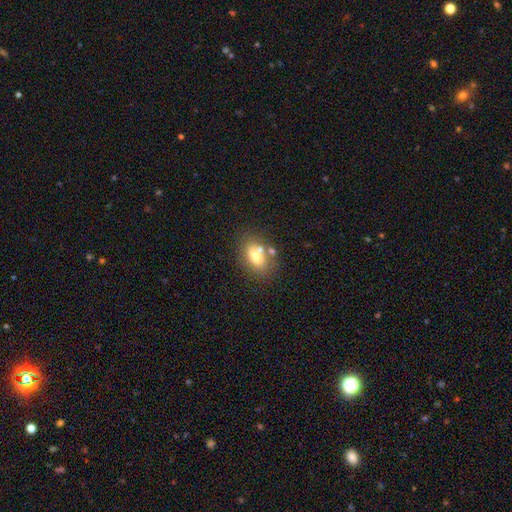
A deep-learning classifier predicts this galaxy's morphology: The model was most divided on "merging": none: 64%, merger: 17%, minor disturbance: 14%, major disturbance: 5%. More confident: how rounded — in between (81%); smooth or featured — smooth (69%).